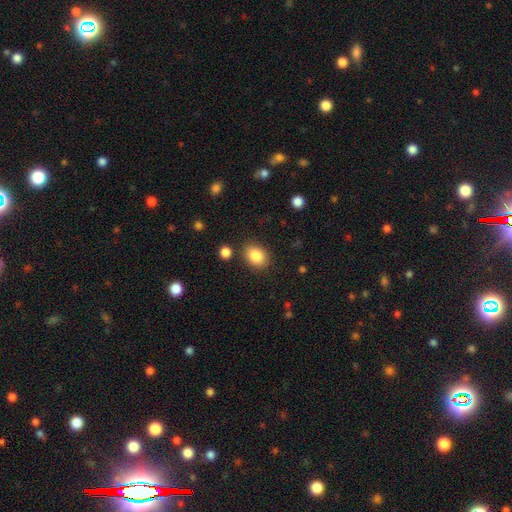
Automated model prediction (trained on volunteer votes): The model was most divided on "how rounded": in between: 65%, round: 34%, cigar-shaped: 1%. More confident: smooth or featured — smooth (87%); merging — none (84%).